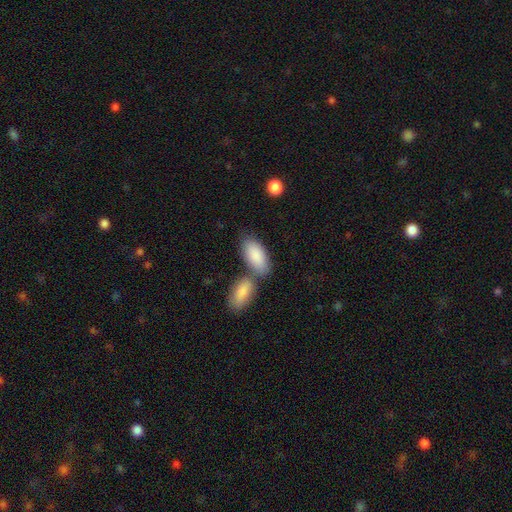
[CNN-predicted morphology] A smooth galaxy with no disk features (88%) that is in between round and cigar-shaped (91%).

Vote fractions:
- Smooth or featured? smooth: 88% / featured or disk: 7% / star or artifact: 5%
- How rounded? in between: 91% / cigar-shaped: 7% / round: 2%
- Merging? none: 47% / merger: 36% / minor disturbance: 12% / major disturbance: 4%